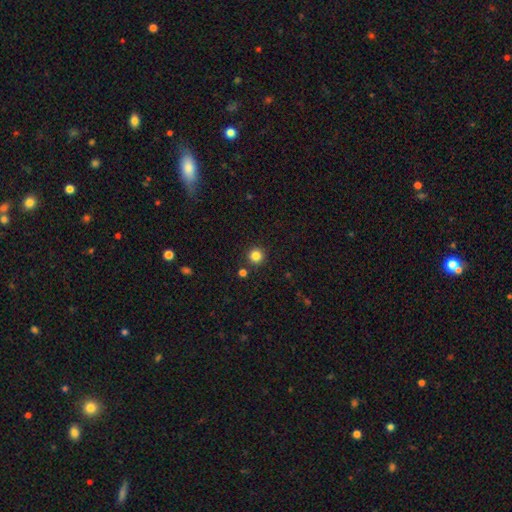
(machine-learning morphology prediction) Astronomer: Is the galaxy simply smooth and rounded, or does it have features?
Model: smooth — 84%.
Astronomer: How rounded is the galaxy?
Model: round — 95%.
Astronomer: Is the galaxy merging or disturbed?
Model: none — 89%.